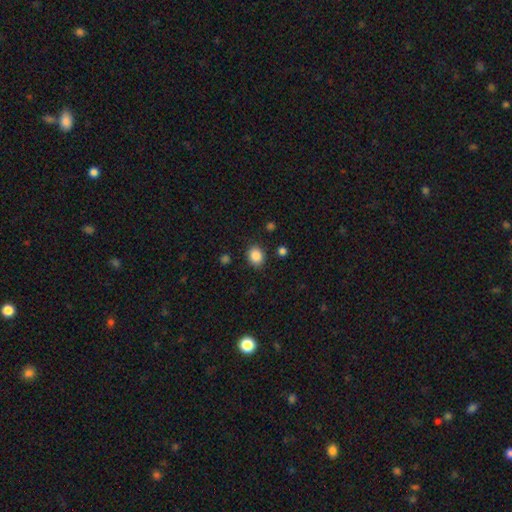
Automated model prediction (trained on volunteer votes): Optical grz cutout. It shows a smooth galaxy with no disk features (87%) that is round (59%). Merging: none (84%).